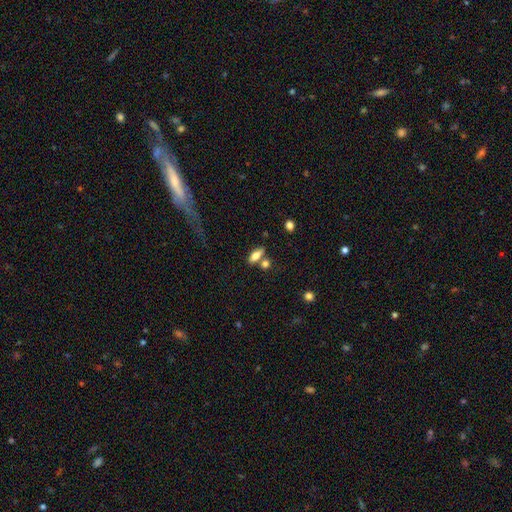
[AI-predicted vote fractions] Smooth or featured? Predicted: smooth (p=0.68). How rounded? Predicted: in between (p=0.71). Merging? Predicted: none (p=0.61).